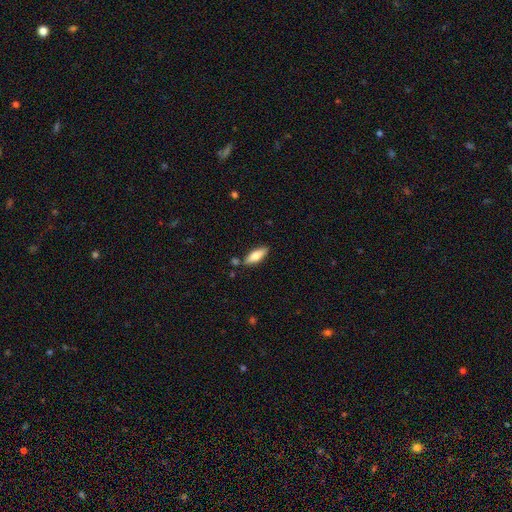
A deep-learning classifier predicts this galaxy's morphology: Smooth or featured? Predicted: smooth (p=0.76). How rounded? Predicted: in between (p=0.63). Merging? Predicted: none (p=0.82).